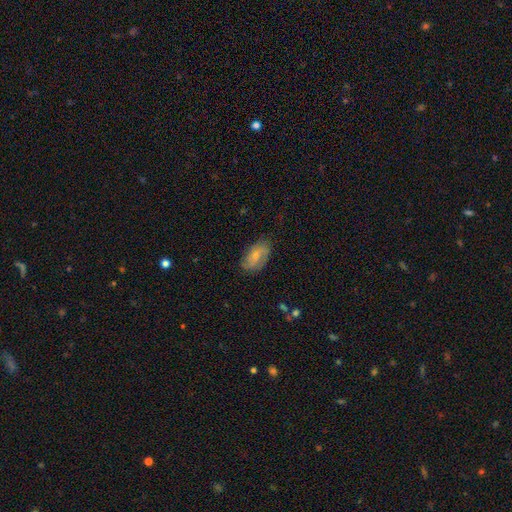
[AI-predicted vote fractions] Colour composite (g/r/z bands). It shows a smooth galaxy with no disk features (53%) that is in between round and cigar-shaped (91%). Merging: none (73%).